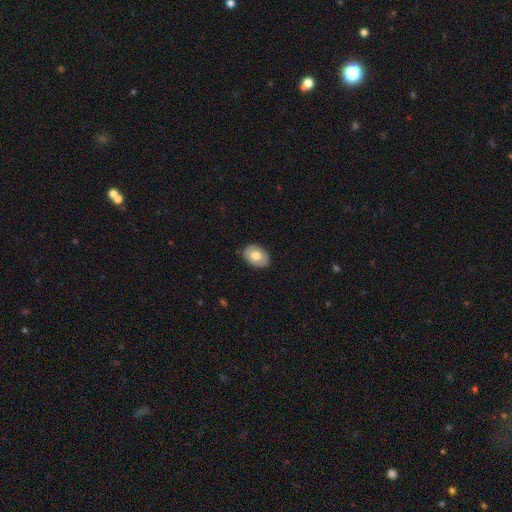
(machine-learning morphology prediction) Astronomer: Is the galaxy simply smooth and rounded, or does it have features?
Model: smooth — 70%.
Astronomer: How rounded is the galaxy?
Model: in between — 79%.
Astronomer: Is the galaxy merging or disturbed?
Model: none — 87%.